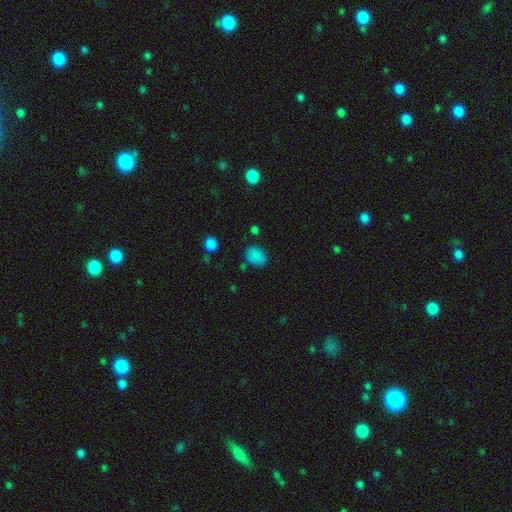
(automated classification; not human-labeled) smooth-or-featured: smooth: 82% | star or artifact: 14% | featured or disk: 4%
  how-rounded: in between: 67% | round: 32% | cigar-shaped: 1%
  merging: none: 75% | minor disturbance: 16% | major disturbance: 5% | merger: 4%